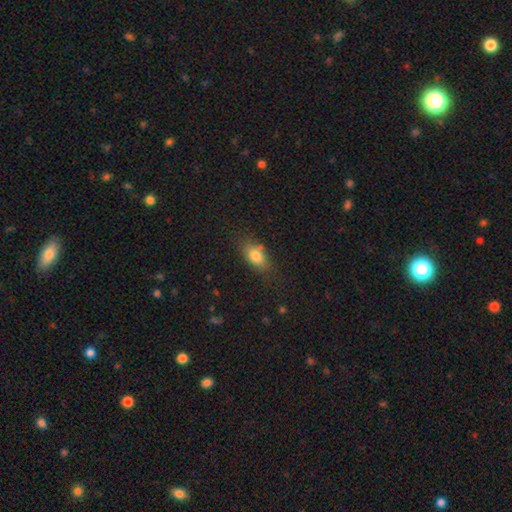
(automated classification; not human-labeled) The model was most divided on "merging": none: 73%, minor disturbance: 18%, major disturbance: 5%, merger: 4%. More confident: how rounded — in between (85%); smooth or featured — smooth (81%).